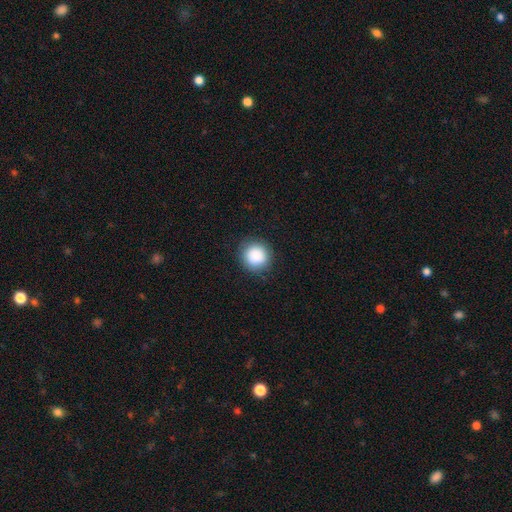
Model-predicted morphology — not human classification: This appears to be a smooth galaxy with no disk features (88%) that is round (93%). Merging: none (89%).